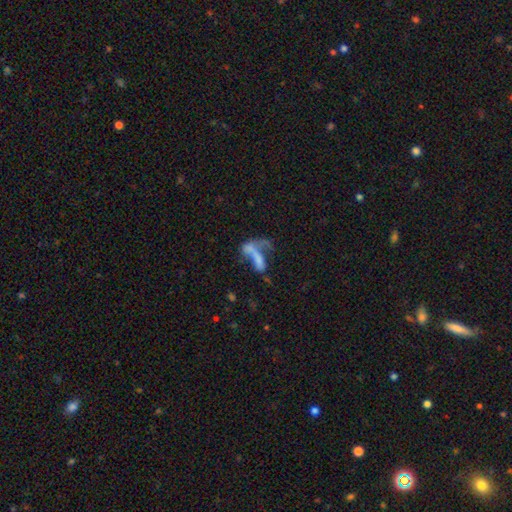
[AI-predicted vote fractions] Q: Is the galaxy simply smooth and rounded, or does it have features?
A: smooth — 43%.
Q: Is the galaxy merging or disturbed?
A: merger — 45%.